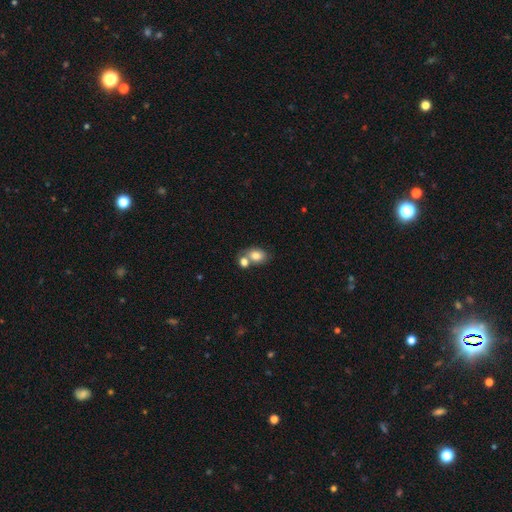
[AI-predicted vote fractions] Overall: smooth (78%). How rounded: in between (69%; round 30%). Merging: none (42%; merger 41%).